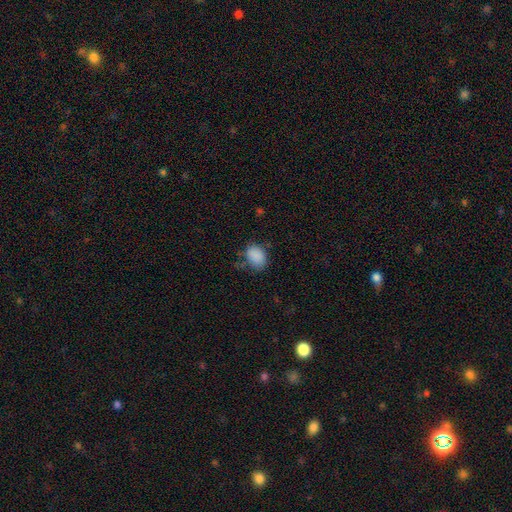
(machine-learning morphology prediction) The model was most divided on "merging": none: 62%, minor disturbance: 26%, major disturbance: 9%, merger: 3%. More confident: smooth or featured — smooth (86%); how rounded — in between (68%).